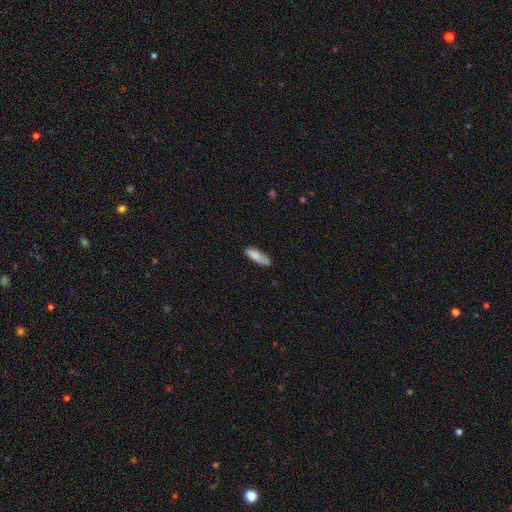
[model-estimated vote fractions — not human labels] A smooth galaxy with no disk features (83%) that is in between round and cigar-shaped (51%).

Vote fractions:
- Smooth or featured? smooth: 83% / featured or disk: 11% / star or artifact: 6%
- How rounded? in between: 51% / cigar-shaped: 47% / round: 2%
- Merging? none: 71% / minor disturbance: 23% / major disturbance: 4% / merger: 2%